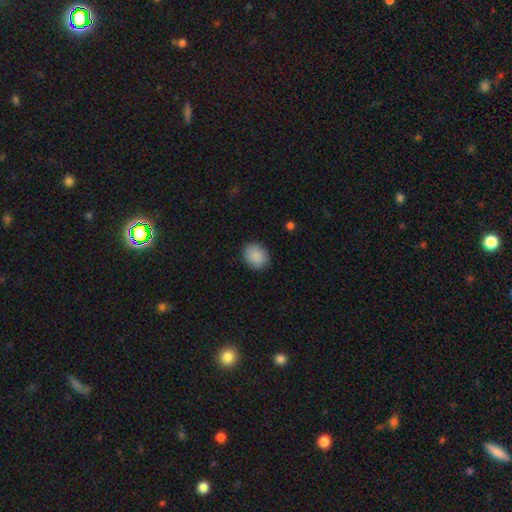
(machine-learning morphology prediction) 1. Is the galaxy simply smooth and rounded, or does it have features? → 90% smooth, 7% star or artifact, 3% featured or disk.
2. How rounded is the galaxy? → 52% in between, 48% round, 1% cigar-shaped.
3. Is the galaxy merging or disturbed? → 88% none, 9% minor disturbance, 2% major disturbance, 1% merger.